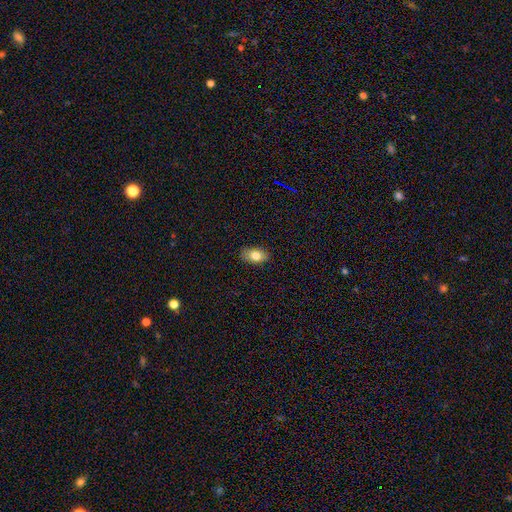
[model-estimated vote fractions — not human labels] Morphology: type=smooth (80%); roundness=in between (89%); merging=none (88%).